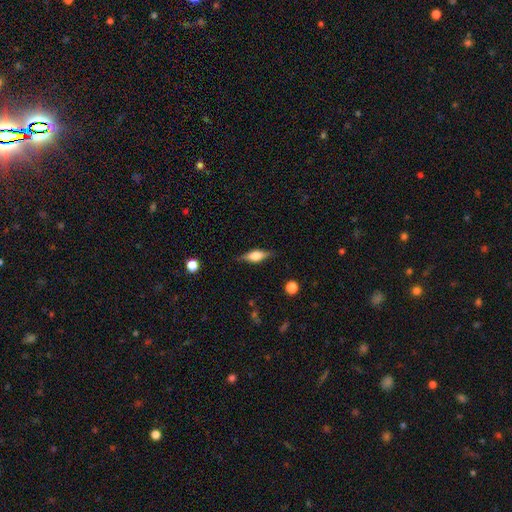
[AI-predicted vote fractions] The model was most divided on "smooth or featured": featured or disk: 47%, smooth: 46%, star or artifact: 8%. More confident: merging — none (81%).